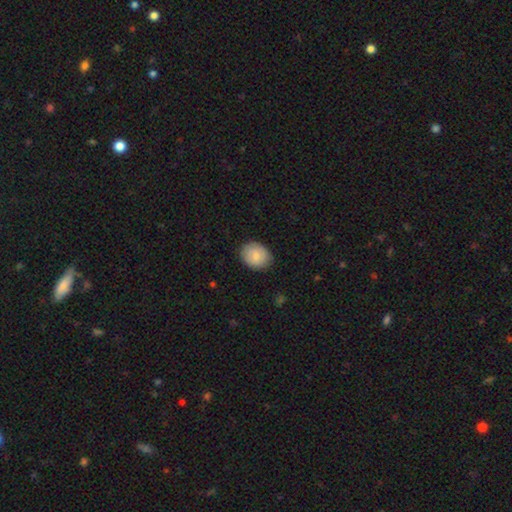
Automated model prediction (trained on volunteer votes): The model was most divided on "how rounded": in between: 50%, round: 49%, cigar-shaped: 1%. More confident: merging — none (83%); smooth or featured — smooth (80%).